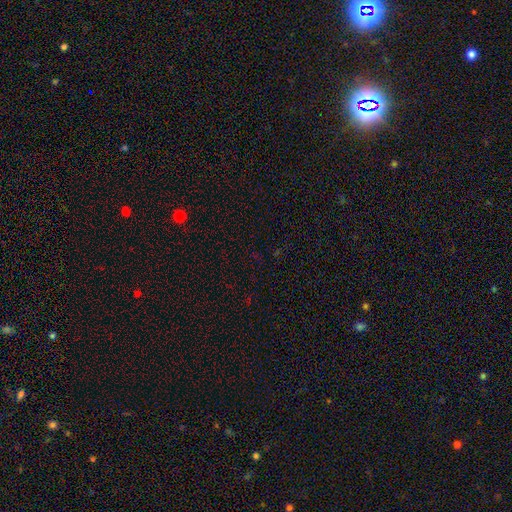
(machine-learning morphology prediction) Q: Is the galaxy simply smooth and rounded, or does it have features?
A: star or artifact — 70%.